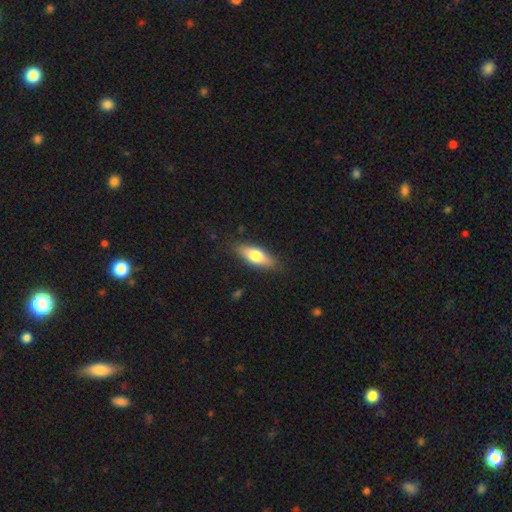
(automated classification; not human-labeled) This is likely a smooth galaxy (71%). How rounded: likely in between (66%). Merging: clearly none (84%).